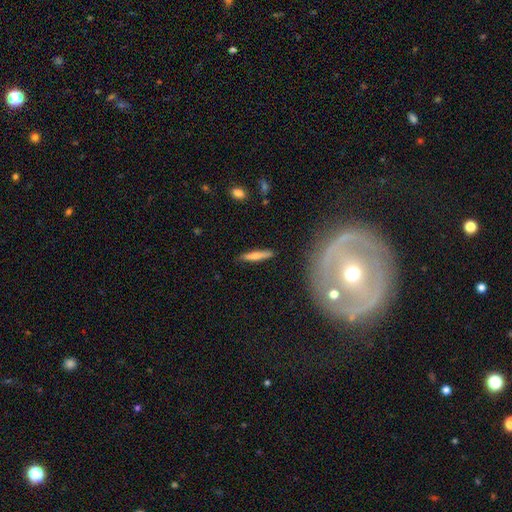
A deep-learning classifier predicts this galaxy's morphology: Smooth or featured? smooth (63%)
How rounded? cigar-shaped (88%)
Merging? none (87%)